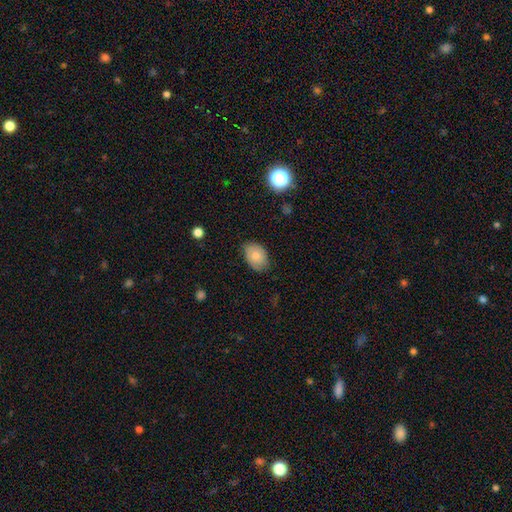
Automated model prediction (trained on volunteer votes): A smooth galaxy with no disk features (77%) that is in between round and cigar-shaped (82%). Merging: none (76%).